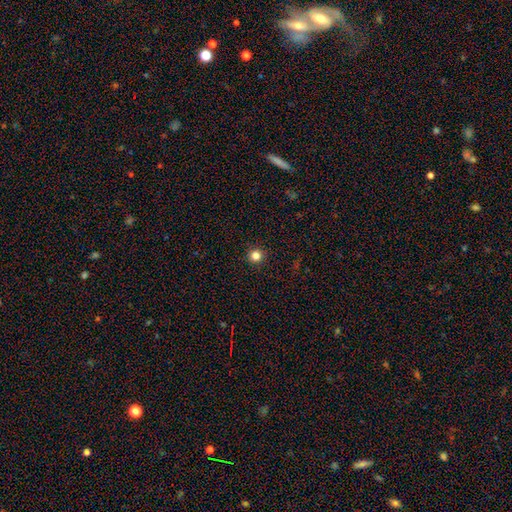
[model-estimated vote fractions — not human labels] A smooth galaxy with no disk features (82%) that is round (95%).

Vote fractions:
- Smooth or featured? smooth: 82% / star or artifact: 13% / featured or disk: 4%
- How rounded? round: 95% / in between: 4% / cigar-shaped: 1%
- Merging? none: 93% / minor disturbance: 4% / major disturbance: 2% / merger: 1%